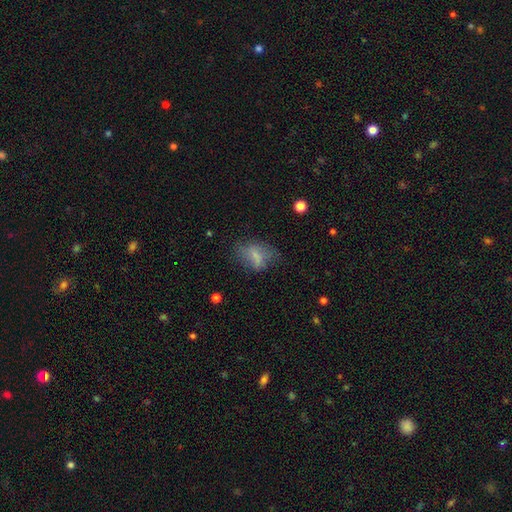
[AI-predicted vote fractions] Smooth or featured: smooth — 56% (featured or disk — 34%)
How rounded: in between — 78% (round — 18%)
Merging: none — 46% (minor disturbance — 29%)